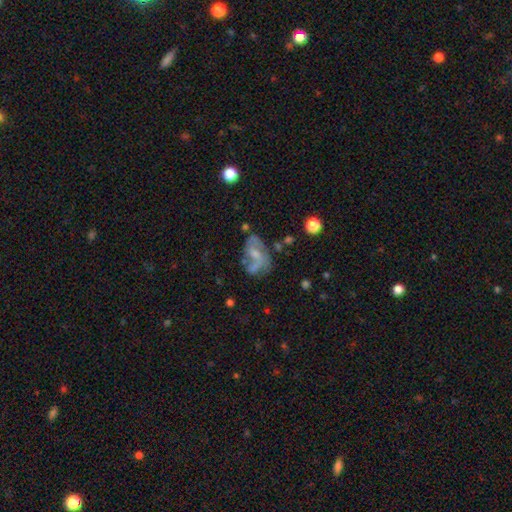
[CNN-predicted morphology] A featured or disk galaxy (62%) with no bar (53%), spiral arms (68%) and a small central bulge (45%). Merging: none (42%).